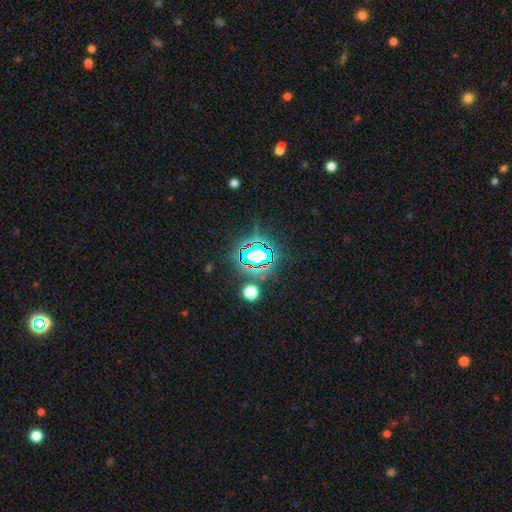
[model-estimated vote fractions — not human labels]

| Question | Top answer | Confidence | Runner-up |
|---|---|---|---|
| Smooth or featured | star or artifact | 69% | smooth (19%) |